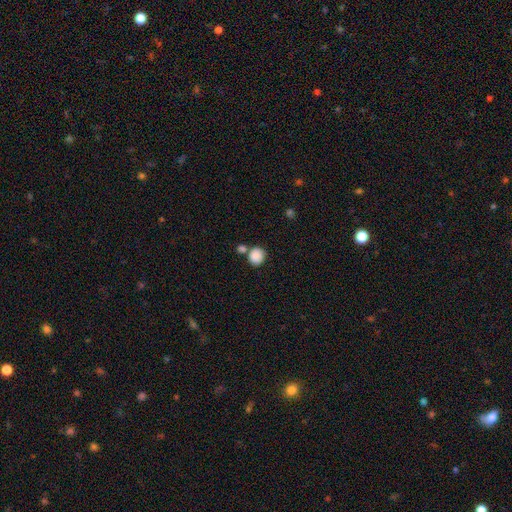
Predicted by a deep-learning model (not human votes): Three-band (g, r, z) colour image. It shows a smooth galaxy with no disk features (87%) that is round (82%). Merging: none (64%).